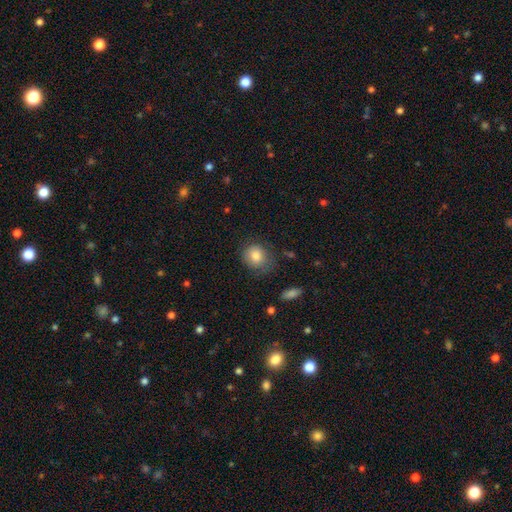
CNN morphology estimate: This is clearly a smooth galaxy (83%). How rounded: likely round (75%). Merging: likely none (67%).